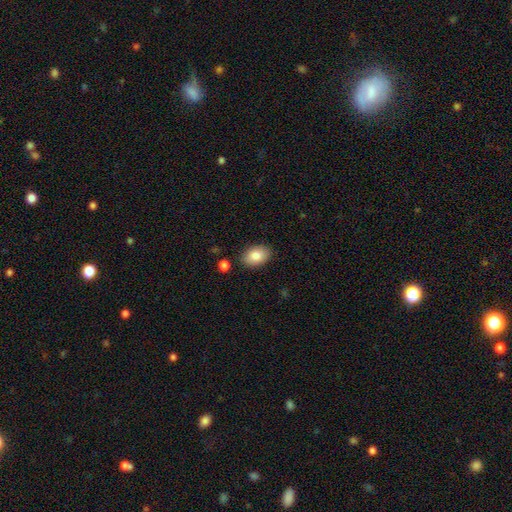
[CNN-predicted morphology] Smooth or featured?
  - smooth: 85% *
  - featured or disk: 8%
  - star or artifact: 7%
How rounded?
  - in between: 87% *
  - round: 12%
  - cigar-shaped: 1%
Merging?
  - none: 86% *
  - minor disturbance: 9%
  - major disturbance: 2%
  - merger: 2%